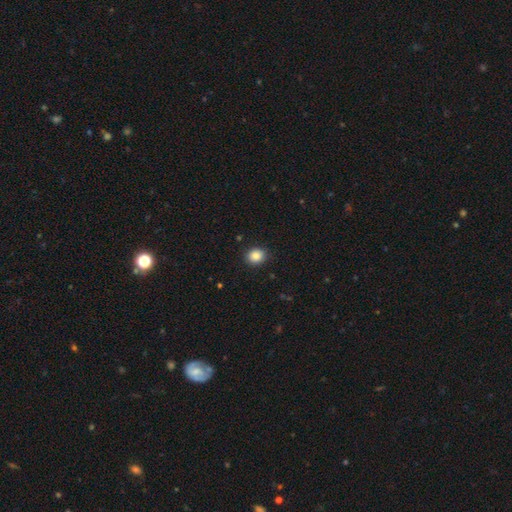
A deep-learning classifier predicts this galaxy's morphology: This is clearly a smooth galaxy (85%). How rounded: likely round (68%). Merging: clearly none (89%).